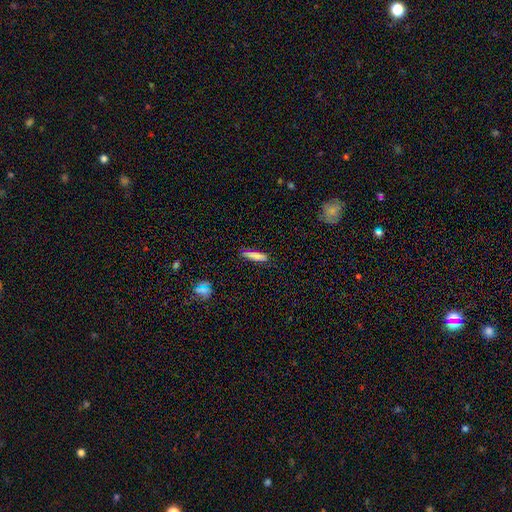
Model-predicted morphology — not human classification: A smooth galaxy with no disk features (72%) that is cigar-shaped (61%). Merging: none (83%).